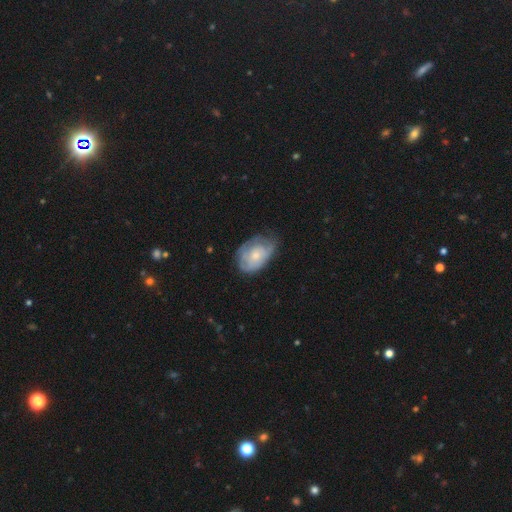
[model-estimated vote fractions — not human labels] featured or disk 52%, smooth 42%, star or artifact 6%. Down the decision tree: edge-on disk — no (96%); merging — none (50%).